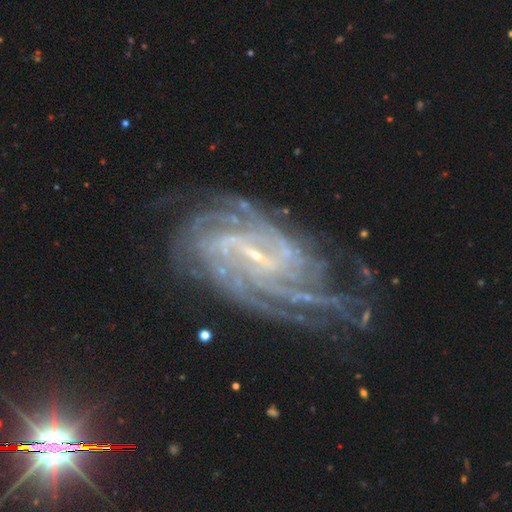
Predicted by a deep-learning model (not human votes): Morphology: type=featured or disk (90%); edge-on=no (97%); bar=weak (44%); spiral arms=yes (98%); winding=tight (64%); arm count=4 (25%); bulge=small (83%); merging=none (68%).